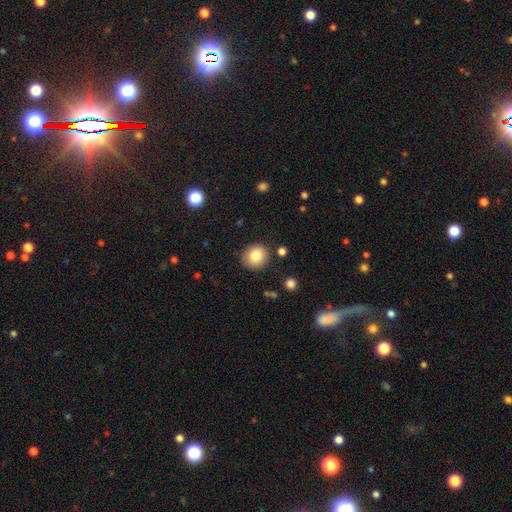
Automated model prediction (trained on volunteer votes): The model was most divided on "smooth or featured": smooth: 81%, star or artifact: 10%, featured or disk: 9%. More confident: how rounded — round (88%); merging — none (87%).